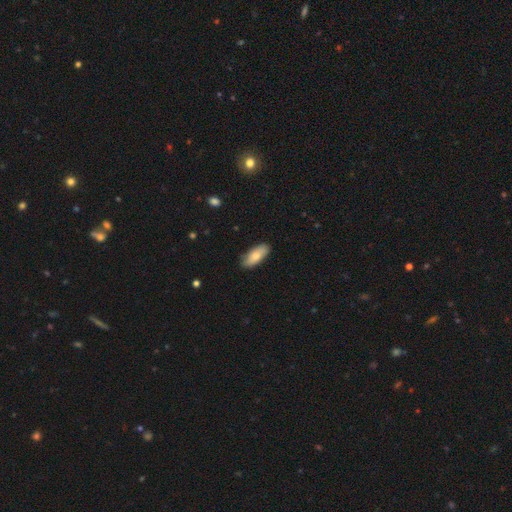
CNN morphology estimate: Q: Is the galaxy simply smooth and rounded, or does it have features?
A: smooth — 75%.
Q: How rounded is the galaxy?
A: in between — 81%.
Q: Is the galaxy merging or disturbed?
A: none — 85%.